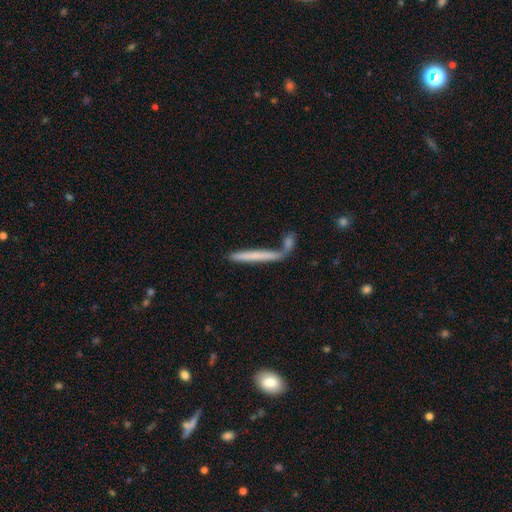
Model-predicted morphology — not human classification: Overall: smooth (59%; featured or disk 34%). How rounded: cigar-shaped (95%). Merging: none (61%; merger 23%).